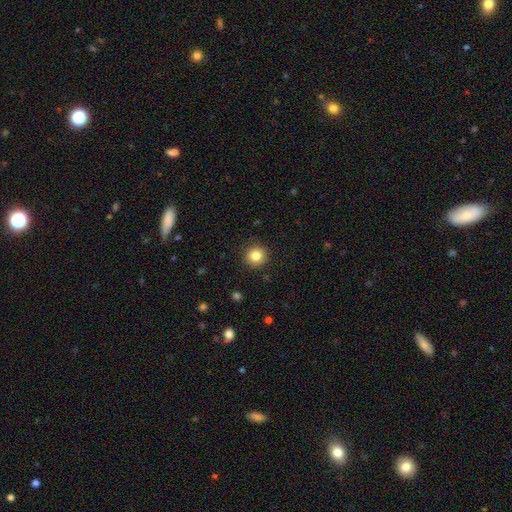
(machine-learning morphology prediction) smooth 84%, star or artifact 11%, featured or disk 6%. Down the decision tree: how rounded — round (94%); merging — none (91%).